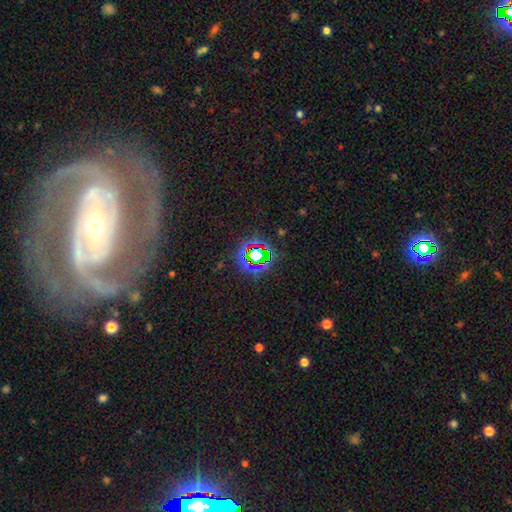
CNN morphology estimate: This is likely a star or artifact rather than a galaxy (70%).